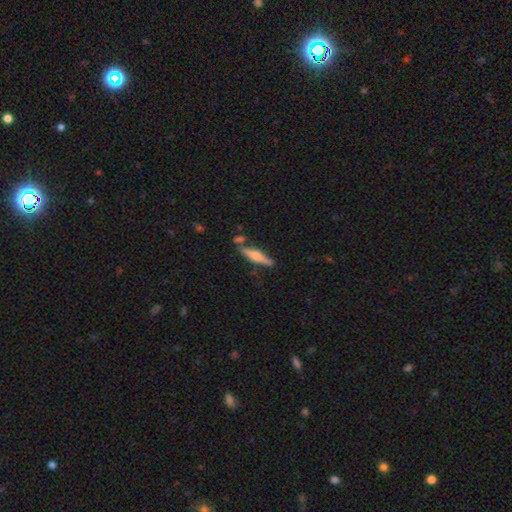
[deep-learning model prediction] Morphology: type=featured or disk (62%); edge-on=yes (96%); edge-on bulge=rounded (83%); merging=none (79%).